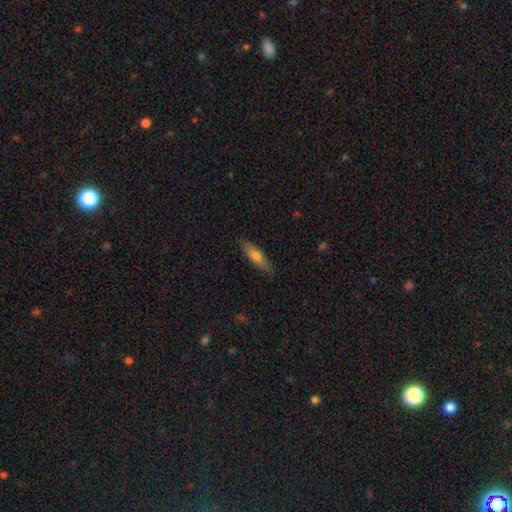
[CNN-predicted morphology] smooth_or_featured: smooth (p=0.67) [alt: featured or disk p=0.27]
how_rounded: cigar-shaped (p=0.60) [alt: in between p=0.38]
merging: none (p=0.83) [alt: minor disturbance p=0.13]